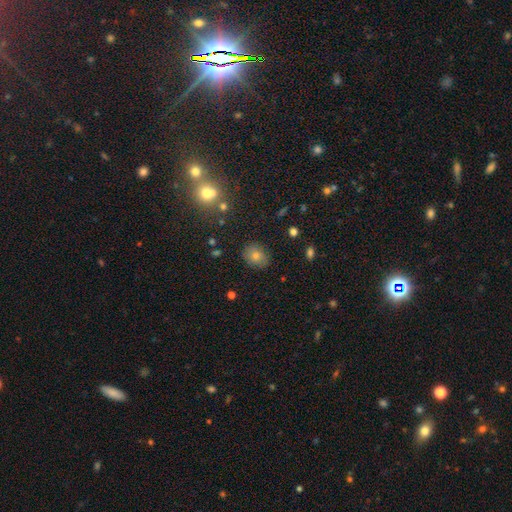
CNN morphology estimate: A smooth galaxy with no disk features (76%) that is round (56%). Merging: none (82%).